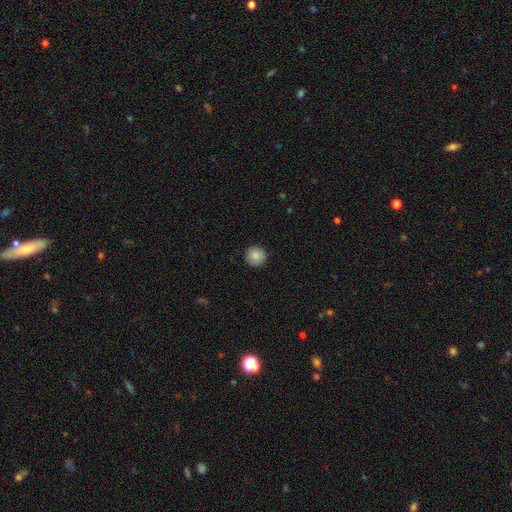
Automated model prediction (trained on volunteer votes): smooth 86%, star or artifact 8%, featured or disk 5%. Down the decision tree: how rounded — round (96%); merging — none (92%).